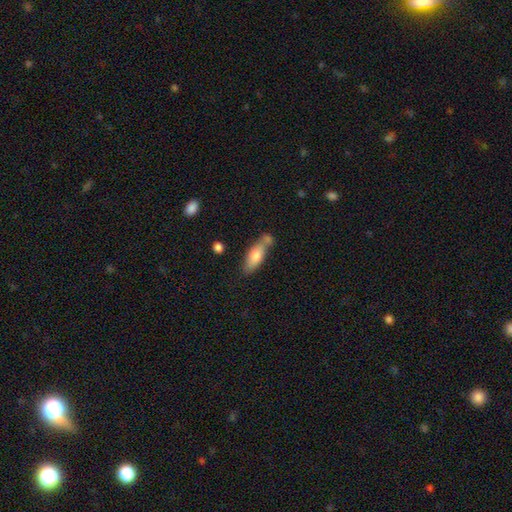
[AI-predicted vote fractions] This is likely a smooth galaxy (72%). How rounded: likely in between (67%). Merging: possibly none (53%).